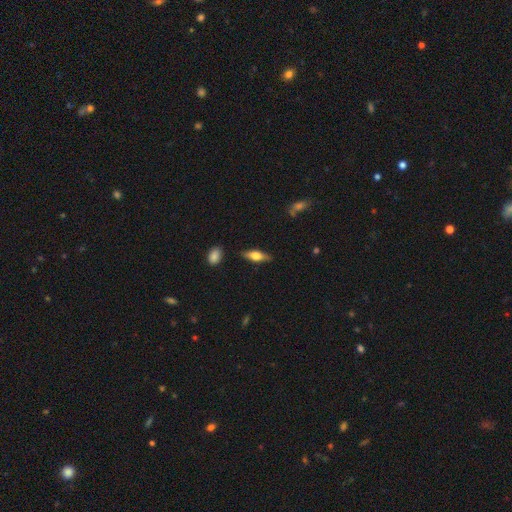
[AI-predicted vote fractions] Overall: smooth (53%; featured or disk 40%). How rounded: in between (56%; cigar-shaped 41%). Merging: none (83%).